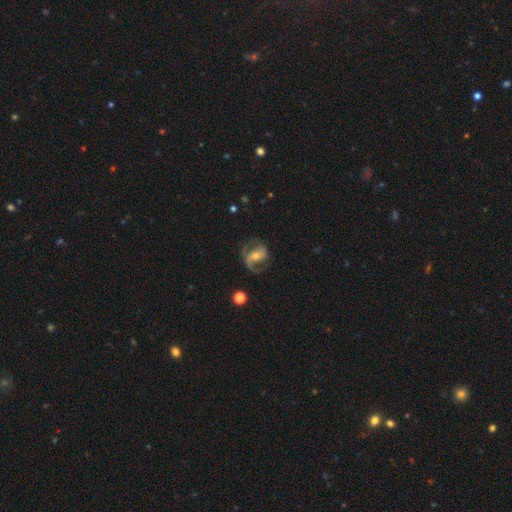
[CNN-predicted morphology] Smooth or featured? featured or disk (76%)
Edge-on disk? no (96%)
Bar? weak (38%)
Spiral arms? yes (89%)
Spiral winding? medium (45%)
Spiral arm count? 2 (71%)
Bulge size? moderate (48%)
Merging? none (59%)